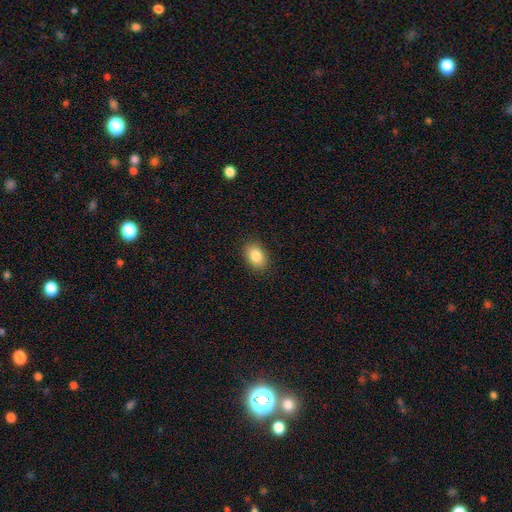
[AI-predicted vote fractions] Q: Smooth or featured?
A: smooth (86%); runner-up: star or artifact (8%)
Q: How rounded?
A: in between (82%); runner-up: round (17%)
Q: Merging?
A: none (88%); runner-up: minor disturbance (8%)